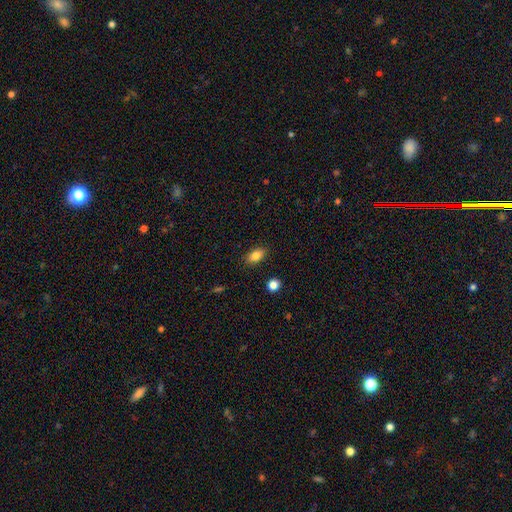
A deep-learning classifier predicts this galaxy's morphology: Q: Smooth or featured?
A: smooth (83%); runner-up: star or artifact (9%)
Q: How rounded?
A: in between (86%); runner-up: round (8%)
Q: Merging?
A: none (87%); runner-up: minor disturbance (9%)